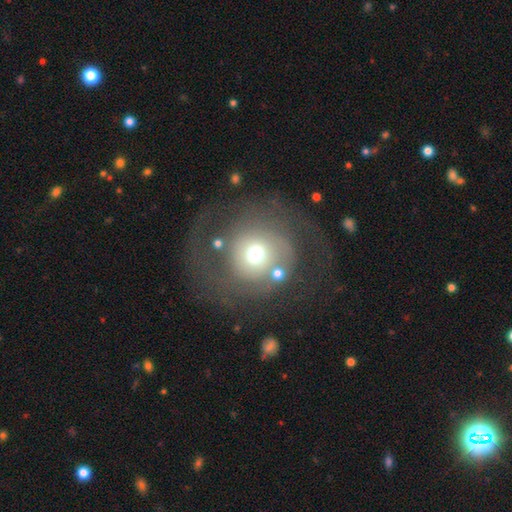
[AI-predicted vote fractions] A featured or disk galaxy (56%) with no bar (81%), spiral arms (71%) and a moderate central bulge (63%).

Vote fractions:
- Smooth or featured? featured or disk: 56% / smooth: 33% / star or artifact: 11%
- Edge-on disk? no: 97% / yes: 3%
- Bar? no: 81% / weak: 16% / strong: 4%
- Spiral arms? yes: 71% / no: 29%
- Bulge size? moderate: 63% / small: 21% / large: 12% / dominant: 3% / none: 1%
- Merging? none: 52% / major disturbance: 30% / minor disturbance: 14% / merger: 4%